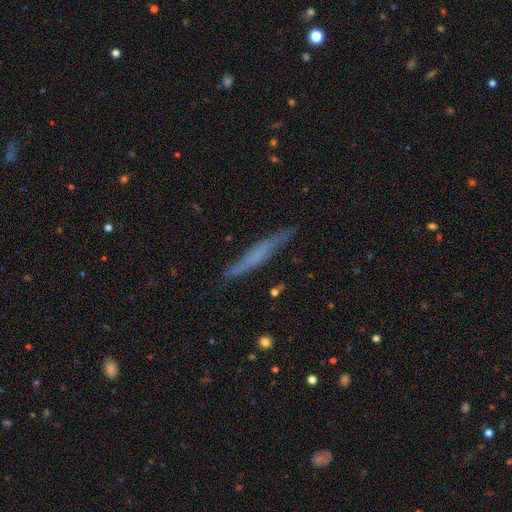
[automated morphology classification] This is possibly a smooth galaxy (46%). Merging: clearly none (81%).